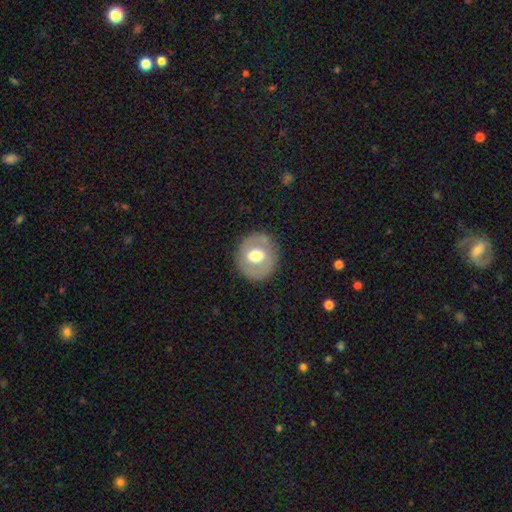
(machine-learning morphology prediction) Overall: smooth (49%; featured or disk 44%). Merging: none (83%).